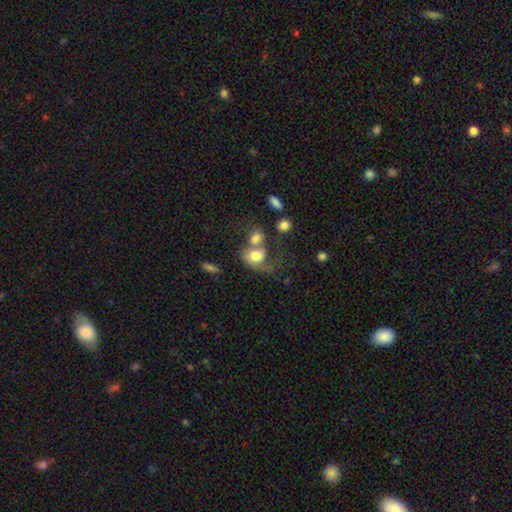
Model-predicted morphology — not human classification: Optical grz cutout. It shows a smooth galaxy with no disk features (68%) that is round (51%). Merging: merger (53%).